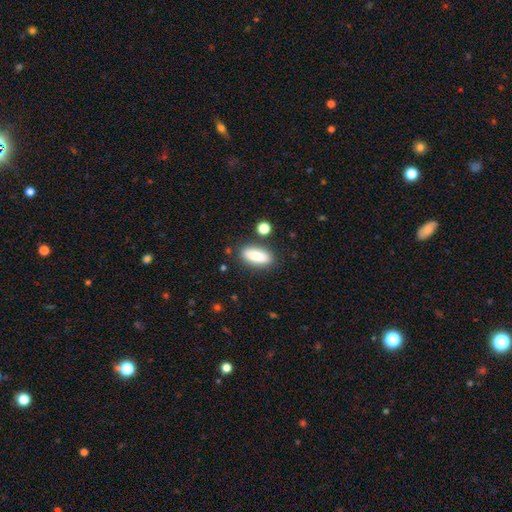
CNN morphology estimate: Q: Smooth or featured?
A: smooth (81%); runner-up: featured or disk (12%)
Q: How rounded?
A: in between (77%); runner-up: cigar-shaped (20%)
Q: Merging?
A: none (82%); runner-up: minor disturbance (10%)